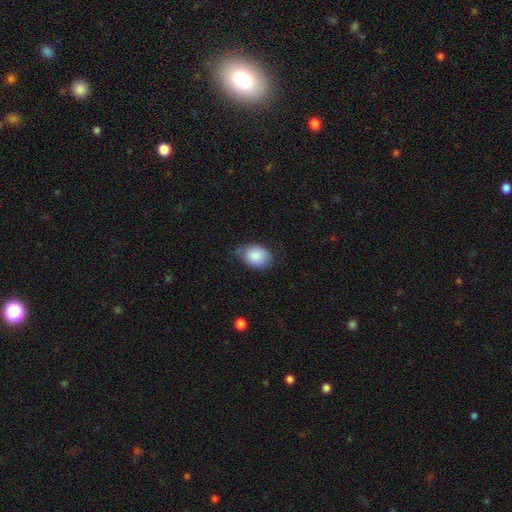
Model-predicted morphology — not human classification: smooth-or-featured: smooth: 85% | featured or disk: 8% | star or artifact: 7%
  how-rounded: in between: 65% | round: 34% | cigar-shaped: 1%
  merging: none: 56% | minor disturbance: 34% | major disturbance: 8% | merger: 2%